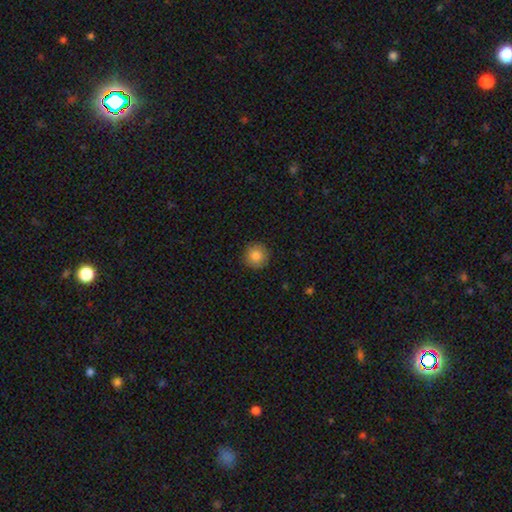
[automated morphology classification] The model was most divided on "smooth or featured": smooth: 86%, star or artifact: 8%, featured or disk: 6%. More confident: how rounded — round (95%); merging — none (91%).